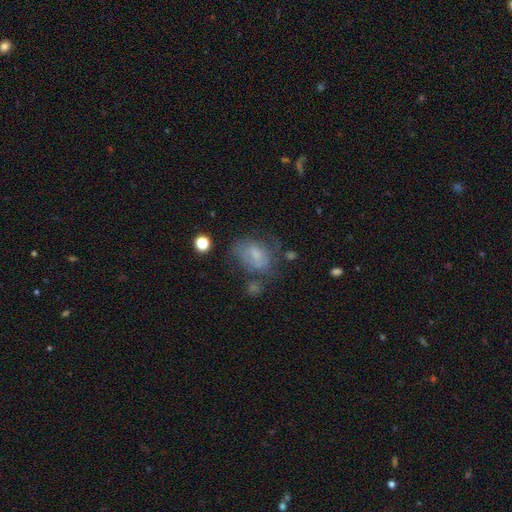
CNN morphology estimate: type=smooth (52%); roundness=in between (72%); merging=none (40%).